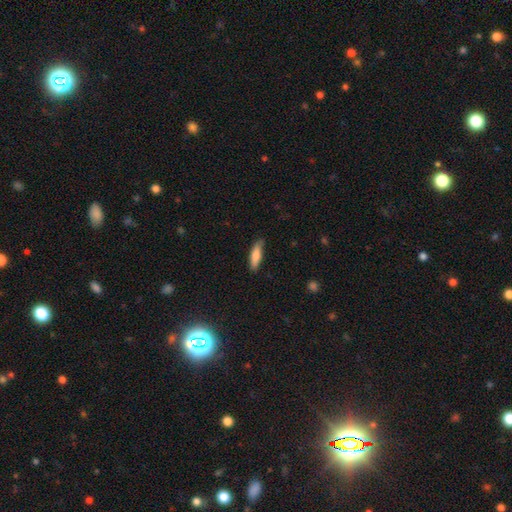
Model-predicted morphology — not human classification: smooth 79%, featured or disk 15%, star or artifact 6%. Down the decision tree: how rounded — cigar-shaped (63%); merging — none (79%).